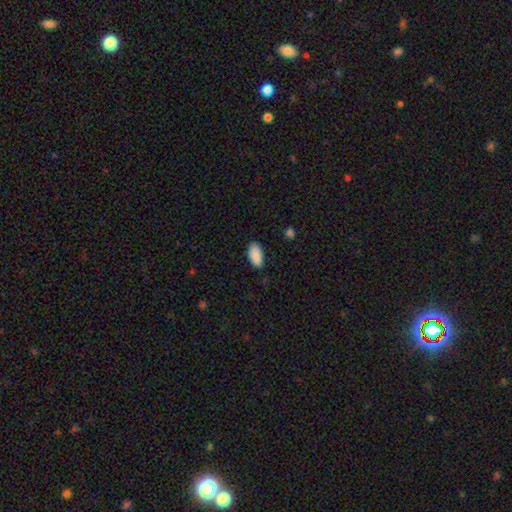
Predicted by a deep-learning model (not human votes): Smooth or featured?
  - smooth: 89% *
  - star or artifact: 7%
  - featured or disk: 4%
How rounded?
  - in between: 93% *
  - cigar-shaped: 5%
  - round: 2%
Merging?
  - none: 83% *
  - minor disturbance: 13%
  - major disturbance: 2%
  - merger: 1%